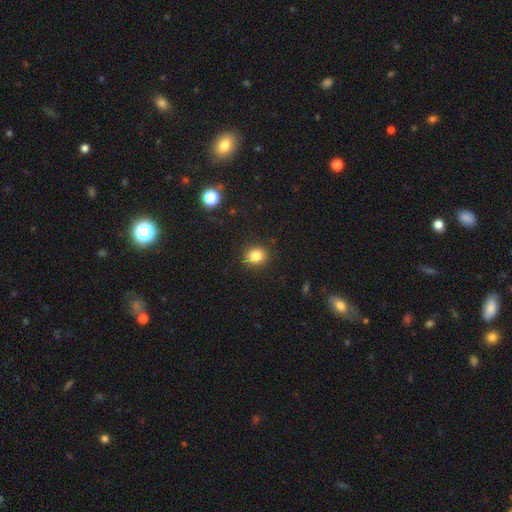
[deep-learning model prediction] Smooth or featured? smooth (84%)
How rounded? round (62%)
Merging? none (88%)